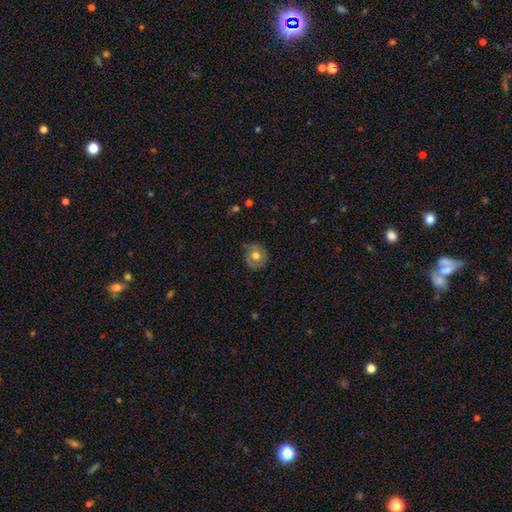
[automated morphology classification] type=smooth (55%); roundness=round (83%); merging=none (65%).